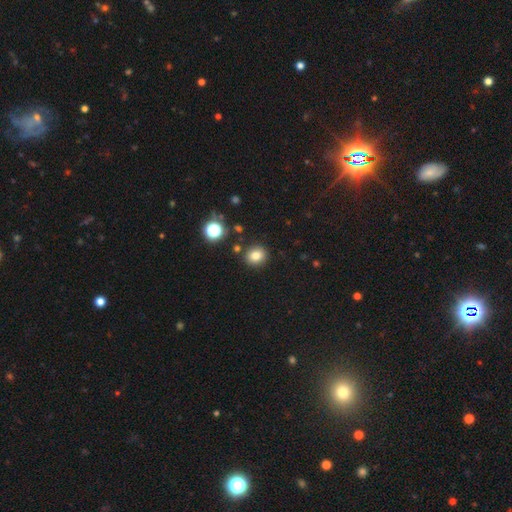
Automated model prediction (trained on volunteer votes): smooth-or-featured: smooth: 79% | star or artifact: 14% | featured or disk: 7%
  how-rounded: round: 79% | in between: 20% | cigar-shaped: 1%
  merging: none: 87% | minor disturbance: 7% | merger: 3% | major disturbance: 2%